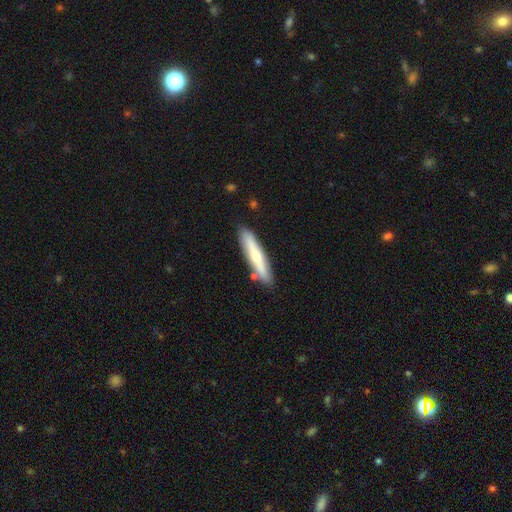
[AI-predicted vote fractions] This is possibly a smooth galaxy (51%). How rounded: clearly cigar-shaped (90%). Merging: clearly none (86%).